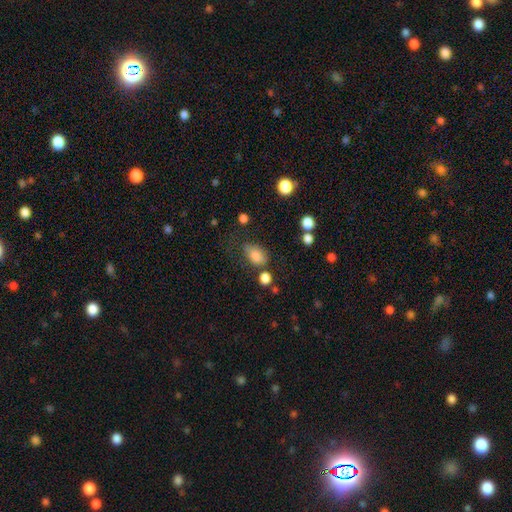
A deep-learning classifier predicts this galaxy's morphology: smooth-or-featured: smooth: 82% | star or artifact: 11% | featured or disk: 7%
  how-rounded: in between: 81% | round: 18% | cigar-shaped: 2%
  merging: none: 52% | minor disturbance: 28% | major disturbance: 12% | merger: 7%